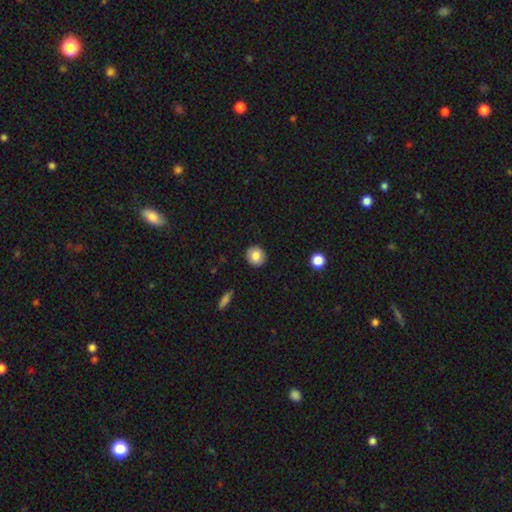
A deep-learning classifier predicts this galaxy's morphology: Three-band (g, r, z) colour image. It shows a smooth galaxy with no disk features (83%) that is round (87%). Merging: none (91%).